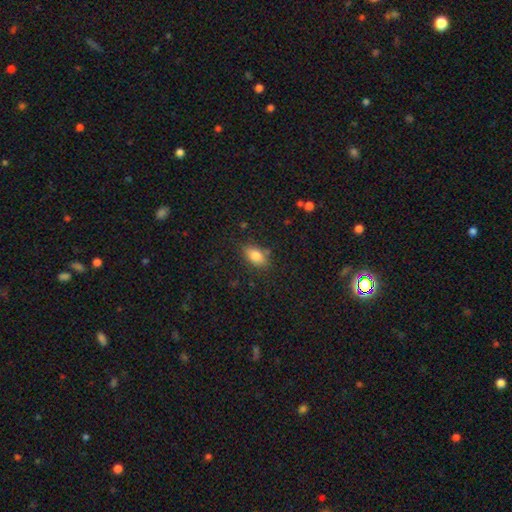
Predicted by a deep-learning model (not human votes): This appears to be a smooth galaxy with no disk features (83%) that is in between round and cigar-shaped (88%). Merging: none (78%).